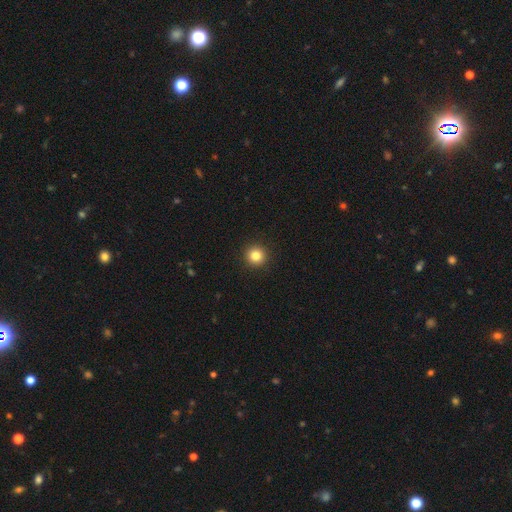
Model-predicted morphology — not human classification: Smooth or featured?
  - smooth: 84% *
  - star or artifact: 11%
  - featured or disk: 5%
How rounded?
  - round: 95% *
  - in between: 4%
  - cigar-shaped: 1%
Merging?
  - none: 93% *
  - minor disturbance: 4%
  - major disturbance: 2%
  - merger: 1%